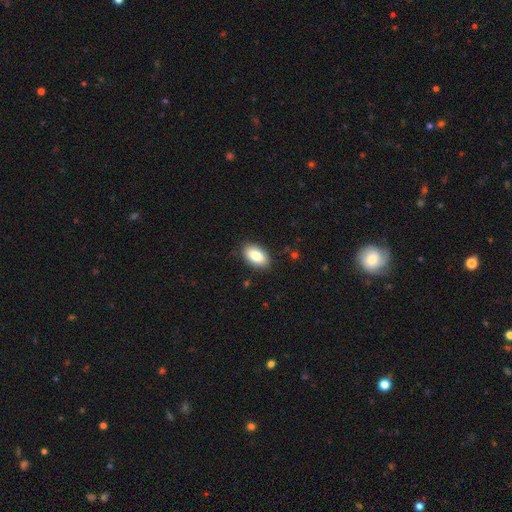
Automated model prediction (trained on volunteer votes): A smooth galaxy with no disk features (86%) that is in between round and cigar-shaped (94%).

Vote fractions:
- Smooth or featured? smooth: 86% / featured or disk: 8% / star or artifact: 7%
- How rounded? in between: 94% / round: 4% / cigar-shaped: 2%
- Merging? none: 88% / minor disturbance: 9% / major disturbance: 2% / merger: 1%